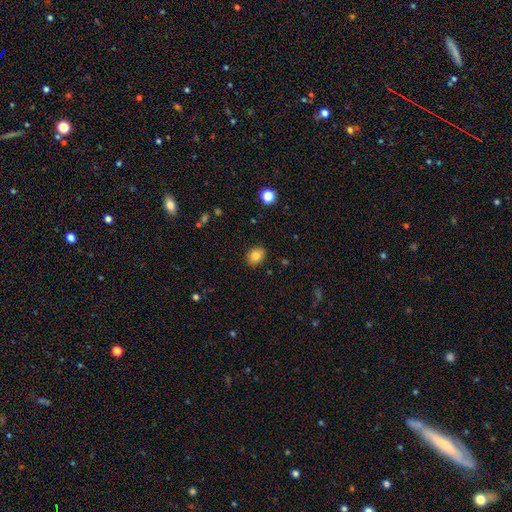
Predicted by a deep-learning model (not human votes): A smooth galaxy with no disk features (82%) that is round (50%).

Vote fractions:
- Smooth or featured? smooth: 82% / star or artifact: 10% / featured or disk: 8%
- How rounded? round: 50% / in between: 49% / cigar-shaped: 1%
- Merging? none: 88% / minor disturbance: 9% / major disturbance: 2% / merger: 1%